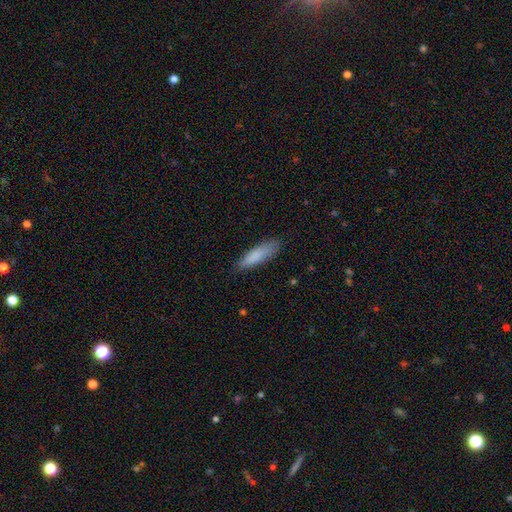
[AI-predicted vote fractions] smooth 85%, featured or disk 9%, star or artifact 6%. Down the decision tree: how rounded — cigar-shaped (64%); merging — none (80%).